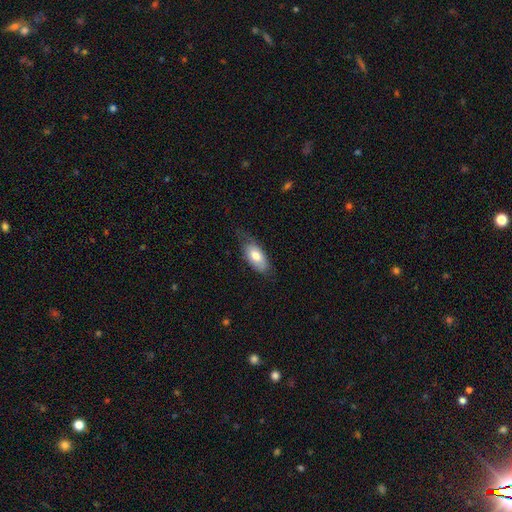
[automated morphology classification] smooth 72%, featured or disk 22%, star or artifact 6%. Down the decision tree: how rounded — in between (89%); merging — none (57%).